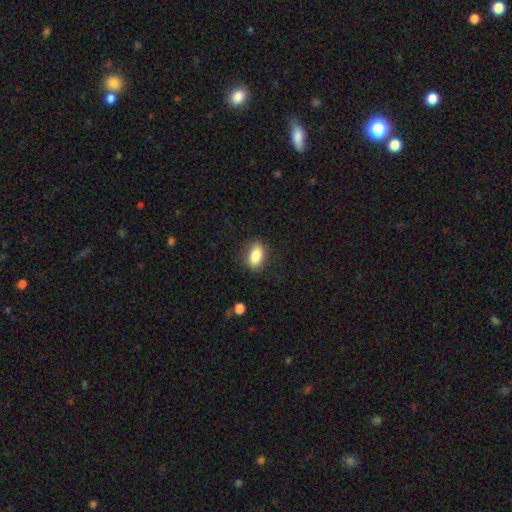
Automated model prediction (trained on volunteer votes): Smooth or featured? Predicted: smooth (p=0.84). How rounded? Predicted: in between (p=0.87). Merging? Predicted: none (p=0.84).